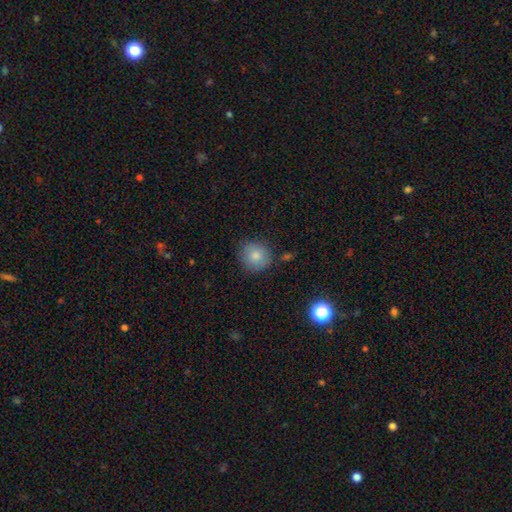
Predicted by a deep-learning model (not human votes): Morphology: type=smooth (82%); roundness=round (91%); merging=none (82%).